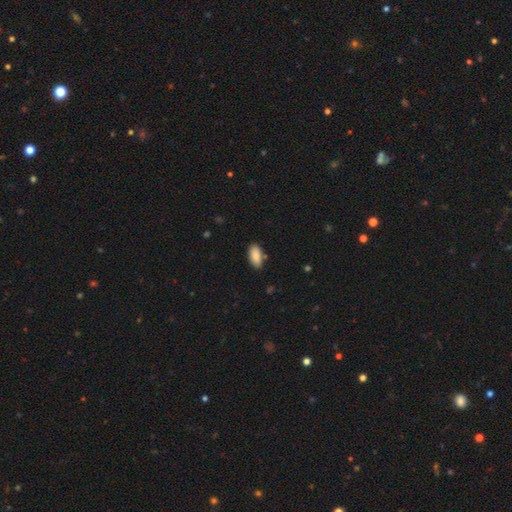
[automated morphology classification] A smooth galaxy with no disk features (87%) that is in between round and cigar-shaped (92%). Merging: none (82%).